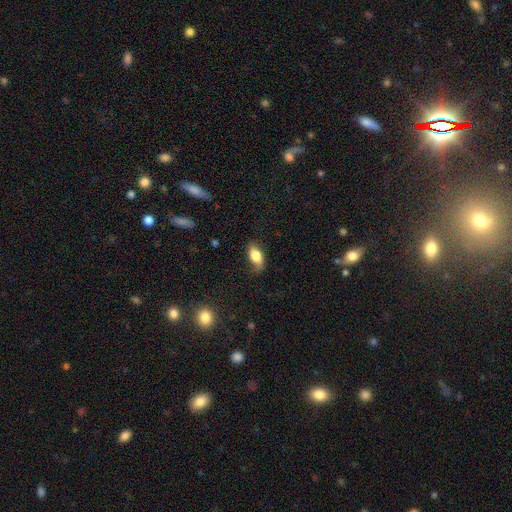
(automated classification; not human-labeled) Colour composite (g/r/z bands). It shows a smooth galaxy with no disk features (77%) that is in between round and cigar-shaped (87%). Merging: none (70%).